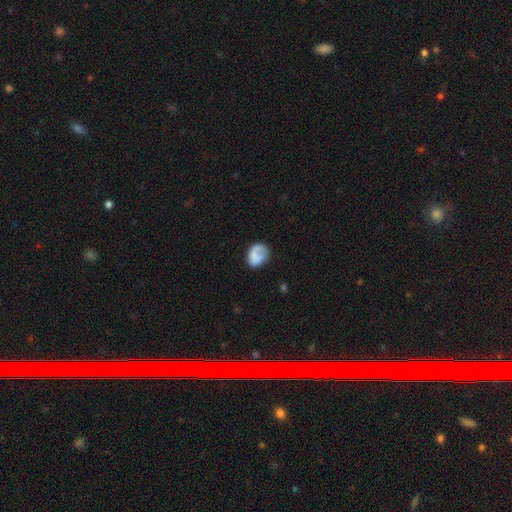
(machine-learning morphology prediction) Smooth or featured?
  - smooth: 67% *
  - featured or disk: 26%
  - star or artifact: 8%
How rounded?
  - in between: 59% *
  - round: 40%
  - cigar-shaped: 1%
Merging?
  - none: 52% *
  - minor disturbance: 26%
  - major disturbance: 19%
  - merger: 3%